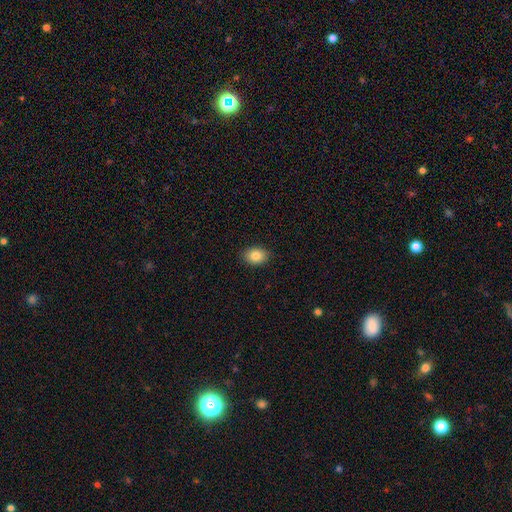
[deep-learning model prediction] Smooth or featured? smooth (84%)
How rounded? in between (67%)
Merging? none (88%)